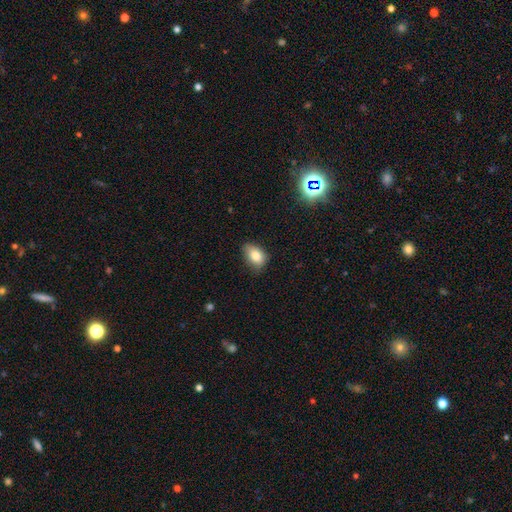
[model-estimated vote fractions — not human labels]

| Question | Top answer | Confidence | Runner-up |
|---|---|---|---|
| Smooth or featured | smooth | 80% | featured or disk (10%) |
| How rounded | in between | 81% | round (17%) |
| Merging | none | 63% | minor disturbance (30%) |